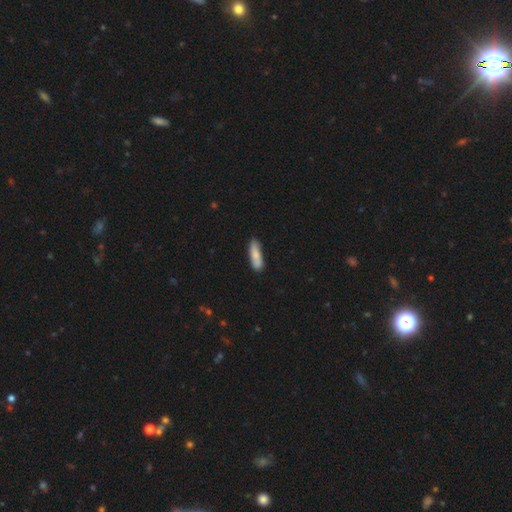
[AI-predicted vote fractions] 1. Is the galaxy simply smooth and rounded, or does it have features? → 77% smooth, 17% featured or disk, 6% star or artifact.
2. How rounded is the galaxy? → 58% cigar-shaped, 40% in between, 2% round.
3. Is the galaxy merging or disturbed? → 82% none, 14% minor disturbance, 2% major disturbance, 2% merger.